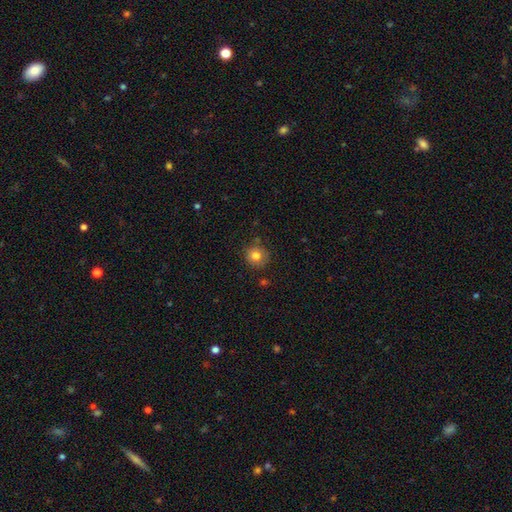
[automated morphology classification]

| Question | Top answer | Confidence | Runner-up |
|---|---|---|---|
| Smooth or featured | smooth | 80% | star or artifact (11%) |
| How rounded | round | 91% | in between (8%) |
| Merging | none | 80% | minor disturbance (13%) |